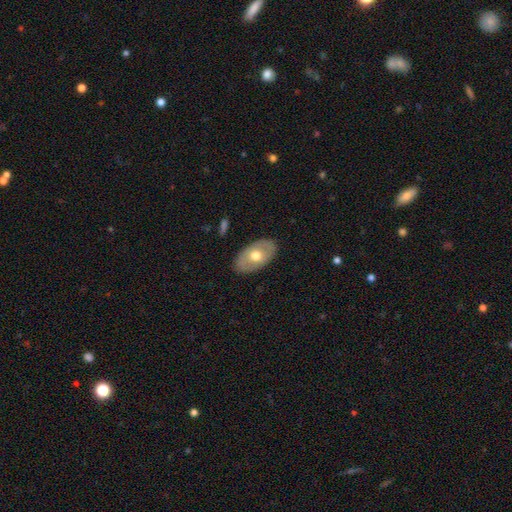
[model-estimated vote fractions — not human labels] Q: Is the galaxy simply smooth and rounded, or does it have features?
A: smooth — 54%.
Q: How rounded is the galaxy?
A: in between — 91%.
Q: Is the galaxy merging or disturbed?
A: none — 86%.